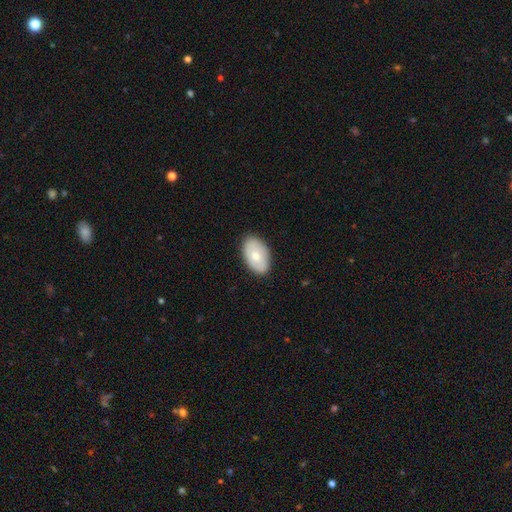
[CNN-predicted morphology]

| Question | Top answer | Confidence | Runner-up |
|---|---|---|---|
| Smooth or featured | smooth | 72% | featured or disk (22%) |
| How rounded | in between | 93% | round (6%) |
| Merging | none | 85% | minor disturbance (11%) |